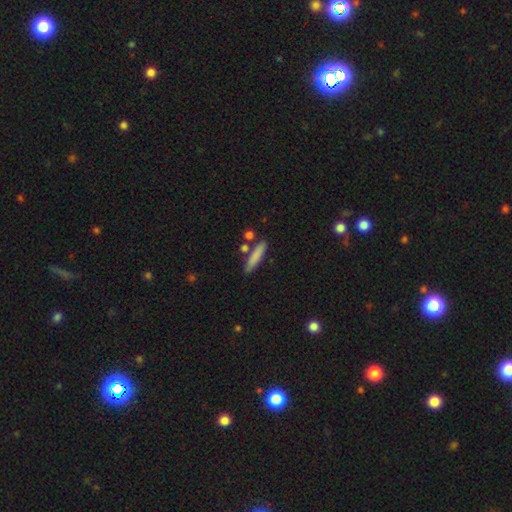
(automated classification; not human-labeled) This appears to be a smooth galaxy with no disk features (80%) that is cigar-shaped (86%). Merging: none (80%).